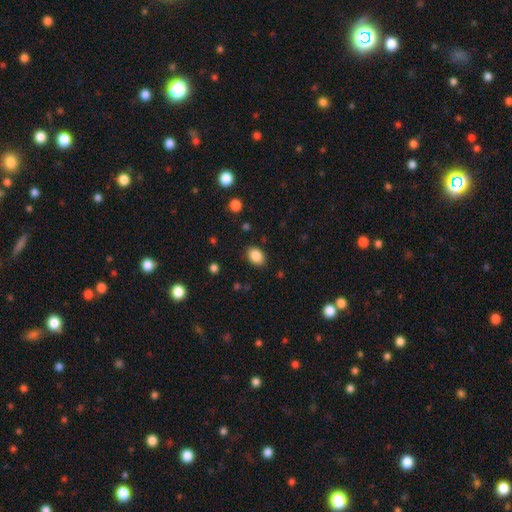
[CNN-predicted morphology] Smooth or featured: smooth — 86% (star or artifact — 9%)
How rounded: in between — 76% (round — 23%)
Merging: none — 86% (minor disturbance — 10%)